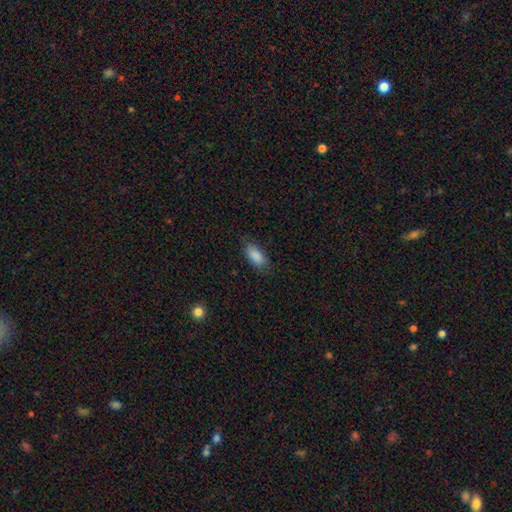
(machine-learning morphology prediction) Smooth or featured? Predicted: smooth (p=0.88). How rounded? Predicted: in between (p=0.88). Merging? Predicted: none (p=0.81).